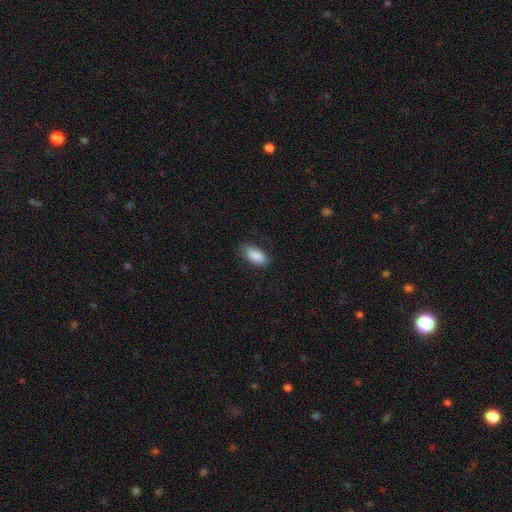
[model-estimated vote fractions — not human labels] The model was most divided on "merging": none: 77%, minor disturbance: 17%, major disturbance: 5%, merger: 1%. More confident: how rounded — in between (93%); smooth or featured — smooth (88%).